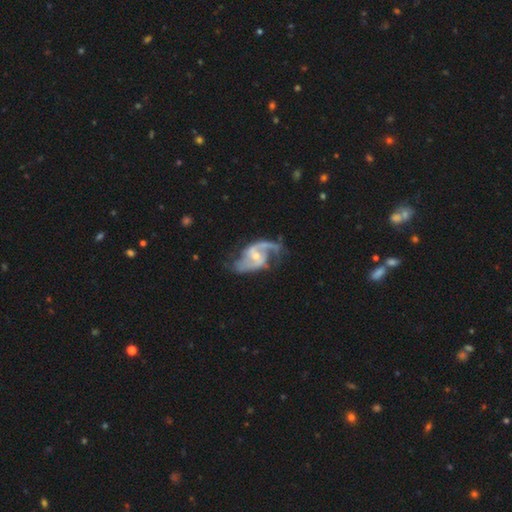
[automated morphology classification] Smooth or featured? featured or disk (89%)
Edge-on disk? no (97%)
Bar? weak (45%)
Spiral arms? yes (96%)
Spiral winding? loose (48%)
Spiral arm count? 2 (84%)
Bulge size? small (50%)
Merging? none (58%)